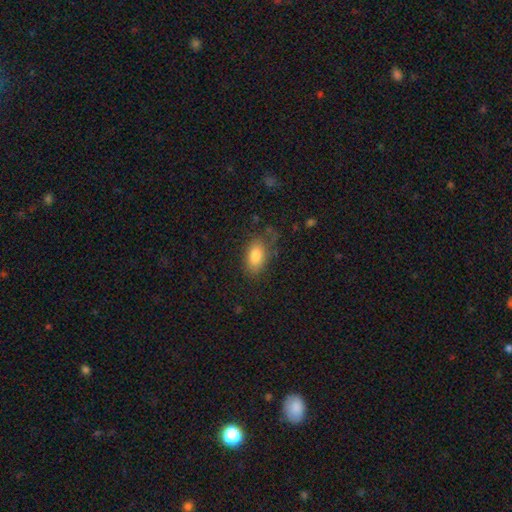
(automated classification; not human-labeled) smooth 82%, featured or disk 10%, star or artifact 8%. Down the decision tree: how rounded — in between (90%); merging — none (69%).